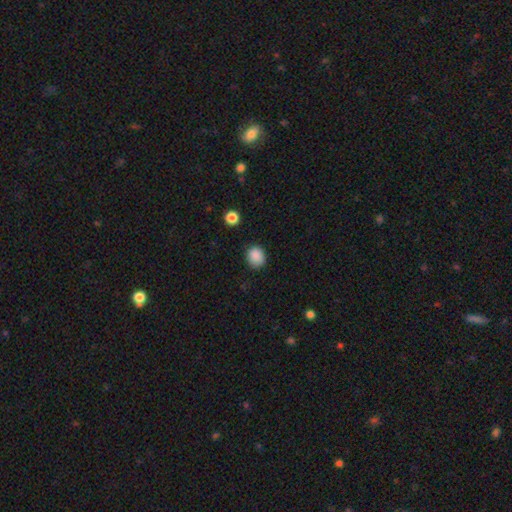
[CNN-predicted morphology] smooth-or-featured: smooth: 88% | star or artifact: 9% | featured or disk: 3%
  how-rounded: round: 68% | in between: 31% | cigar-shaped: 1%
  merging: none: 84% | minor disturbance: 12% | major disturbance: 3% | merger: 1%